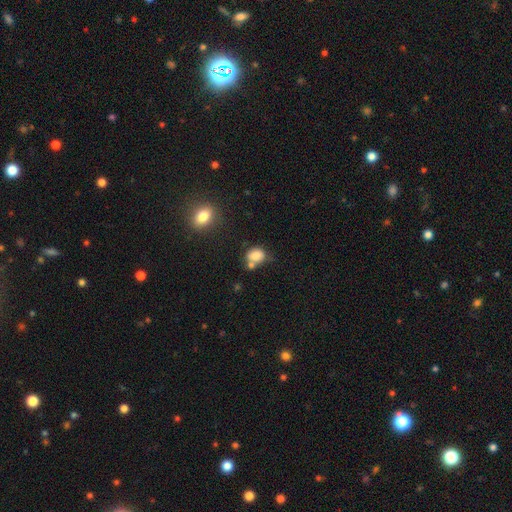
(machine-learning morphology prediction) Smooth or featured?
  - smooth: 82% *
  - star or artifact: 10%
  - featured or disk: 8%
How rounded?
  - in between: 61% *
  - round: 37%
  - cigar-shaped: 1%
Merging?
  - none: 44% *
  - merger: 28%
  - minor disturbance: 20%
  - major disturbance: 7%